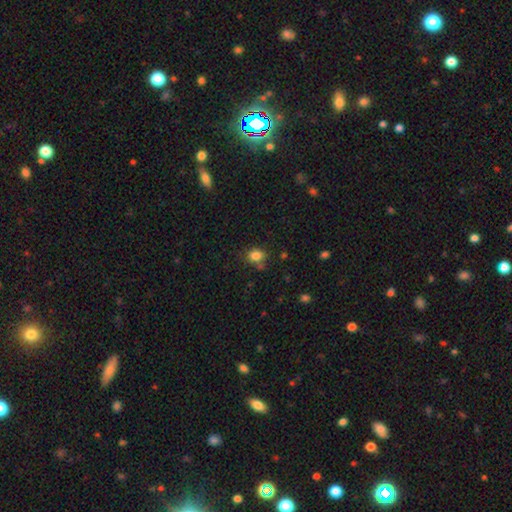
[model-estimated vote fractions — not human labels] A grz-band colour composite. It shows a smooth galaxy with no disk features (82%) that is in between round and cigar-shaped (53%). Merging: none (69%).